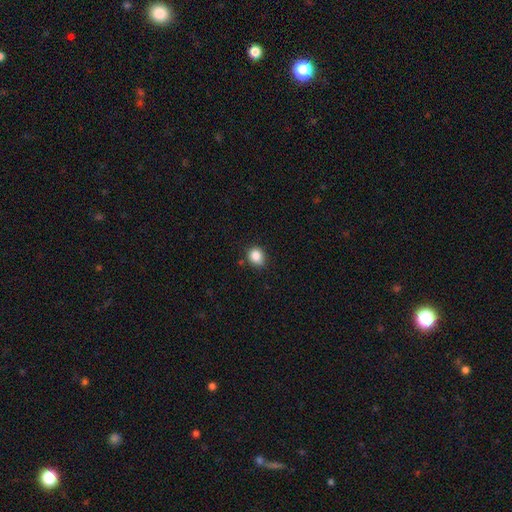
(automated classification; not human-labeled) Overall: smooth (85%). How rounded: round (66%; in between 33%). Merging: none (77%).